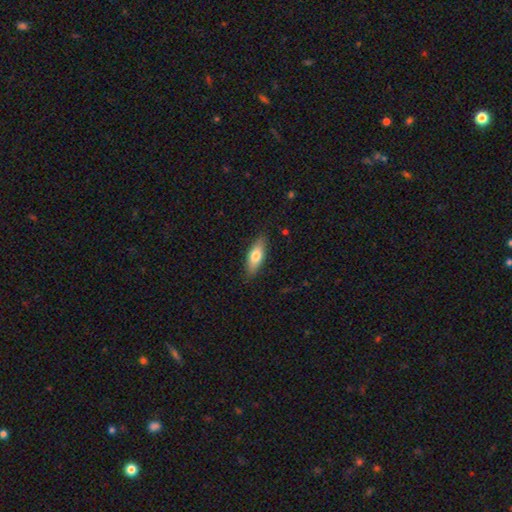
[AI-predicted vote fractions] Morphology: type=smooth (69%); roundness=in between (63%); merging=none (85%).